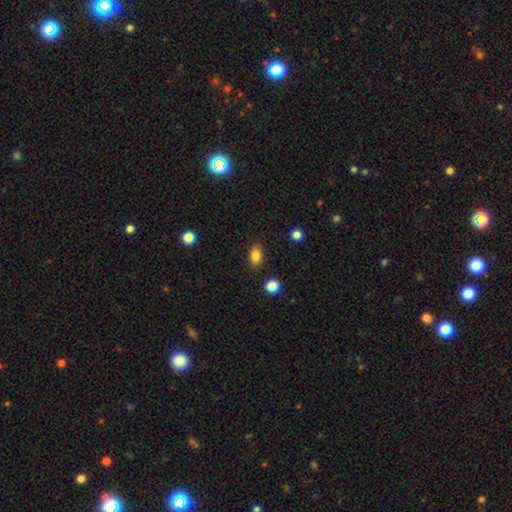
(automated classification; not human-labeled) Smooth or featured?
  - smooth: 85% *
  - star or artifact: 10%
  - featured or disk: 6%
How rounded?
  - in between: 86% *
  - round: 12%
  - cigar-shaped: 2%
Merging?
  - none: 87% *
  - minor disturbance: 9%
  - major disturbance: 2%
  - merger: 2%